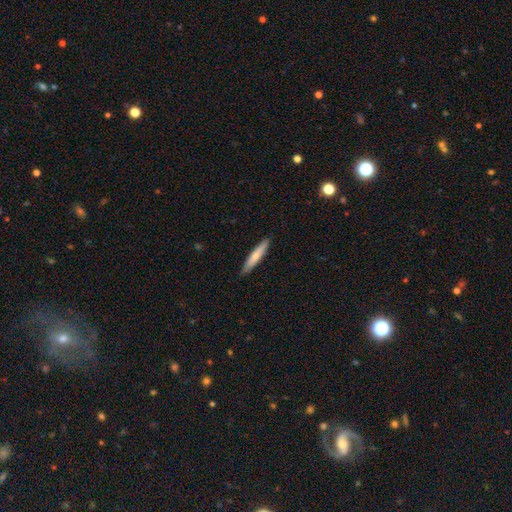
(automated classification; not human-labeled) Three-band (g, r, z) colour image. It shows a smooth galaxy with no disk features (71%) that is cigar-shaped (91%). Merging: none (89%).